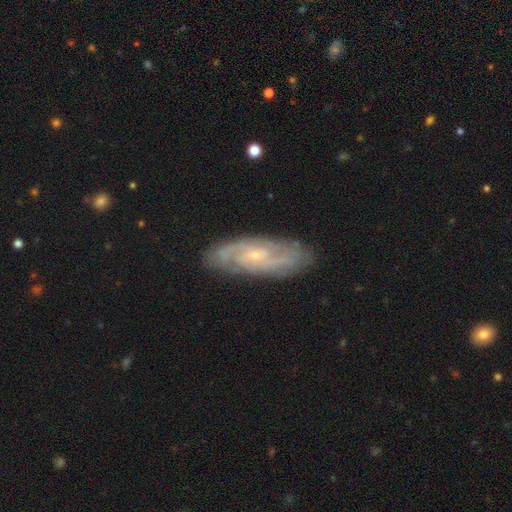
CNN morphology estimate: Smooth or featured? Predicted: featured or disk (p=0.81). Edge-on disk? Predicted: no (p=0.89). Bar? Predicted: no (p=0.60). Spiral arms? Predicted: yes (p=0.93). Spiral winding? Predicted: tight (p=0.51). Spiral arm count? Predicted: 2 (p=0.41). Bulge size? Predicted: small (p=0.78). Merging? Predicted: none (p=0.82).